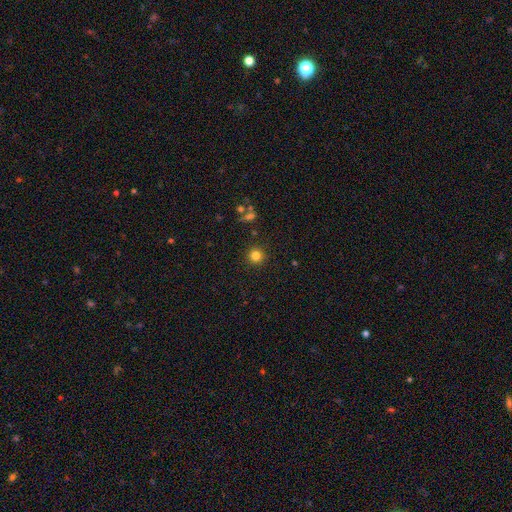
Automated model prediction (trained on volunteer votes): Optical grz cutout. It shows a smooth galaxy with no disk features (81%) that is round (95%). Merging: none (91%).